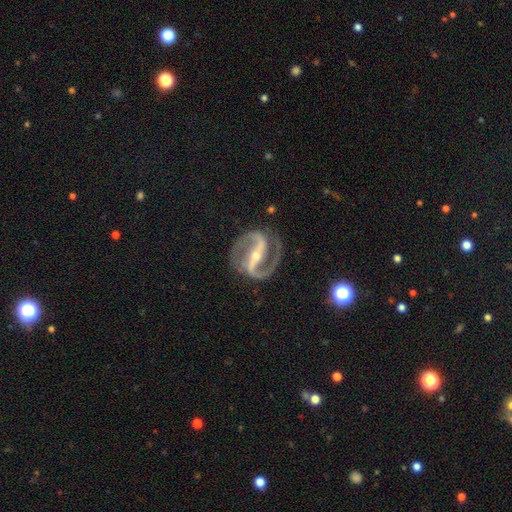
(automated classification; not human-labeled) This is clearly a featured or disk galaxy (94%). It is clearly not viewed edge-on (97%). Bar: likely strong (77%). Spiral arm pattern: clearly yes (98%). Spiral arm count: clearly 2 (94%). Spiral winding: possibly medium (59%). Central bulge: likely small (64%). Merging: clearly none (83%).